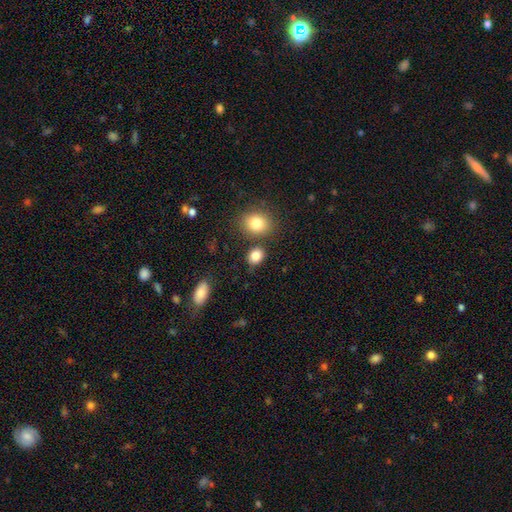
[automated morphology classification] A smooth galaxy with no disk features (85%) that is round (57%).

Vote fractions:
- Smooth or featured? smooth: 85% / star or artifact: 10% / featured or disk: 5%
- How rounded? round: 57% / in between: 42% / cigar-shaped: 1%
- Merging? none: 77% / minor disturbance: 10% / merger: 10% / major disturbance: 3%